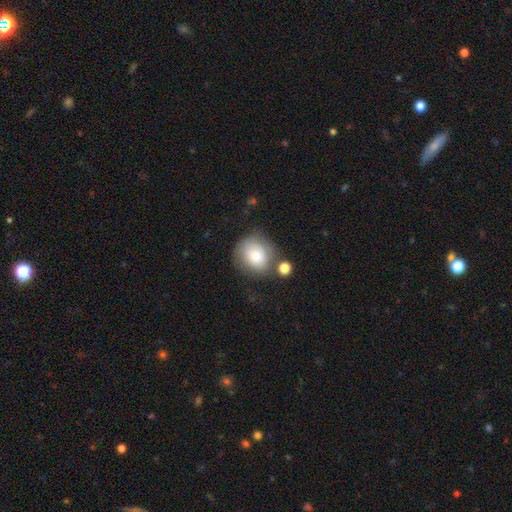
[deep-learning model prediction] smooth_or_featured: smooth (p=0.74) [alt: featured or disk p=0.17]
how_rounded: round (p=0.78) [alt: in between p=0.21]
merging: none (p=0.61) [alt: minor disturbance p=0.20]